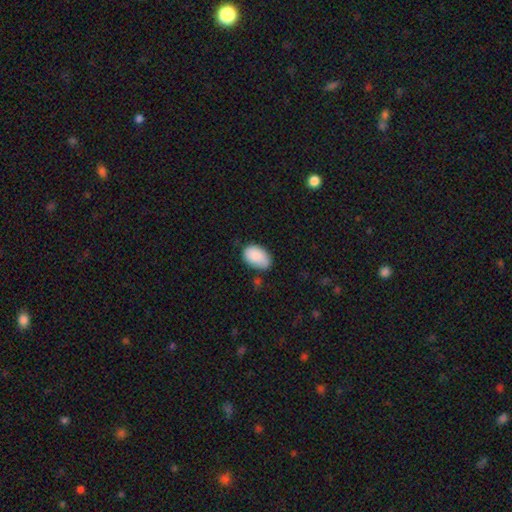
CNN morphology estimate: This appears to be a smooth galaxy with no disk features (88%) that is in between round and cigar-shaped (90%). Merging: none (63%).